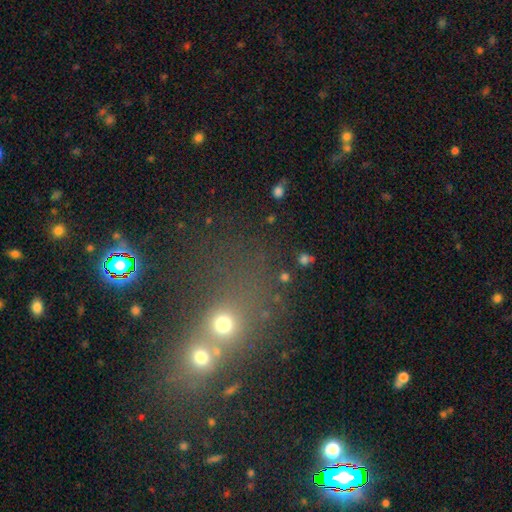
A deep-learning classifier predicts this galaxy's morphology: A star or artifact, not a galaxy (44%).

Vote fractions:
- Smooth or featured? star or artifact: 44% / smooth: 41% / featured or disk: 16%